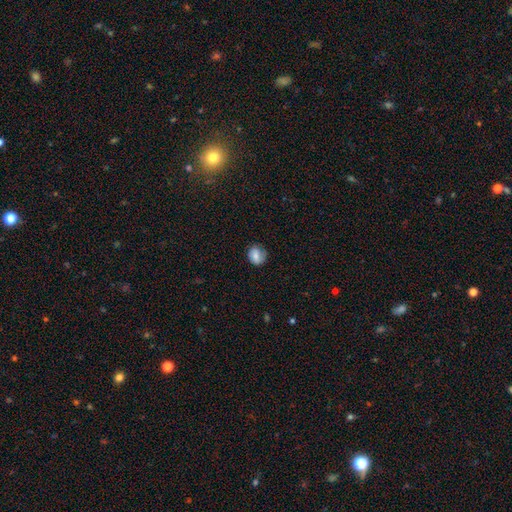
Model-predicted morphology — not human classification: A smooth galaxy with no disk features (72%) that is round (67%). Merging: none (66%).